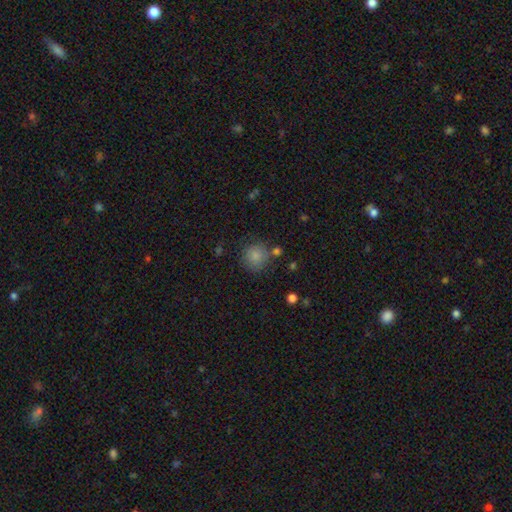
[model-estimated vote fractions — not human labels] smooth 84%, star or artifact 10%, featured or disk 6%. Down the decision tree: how rounded — round (91%); merging — none (74%).